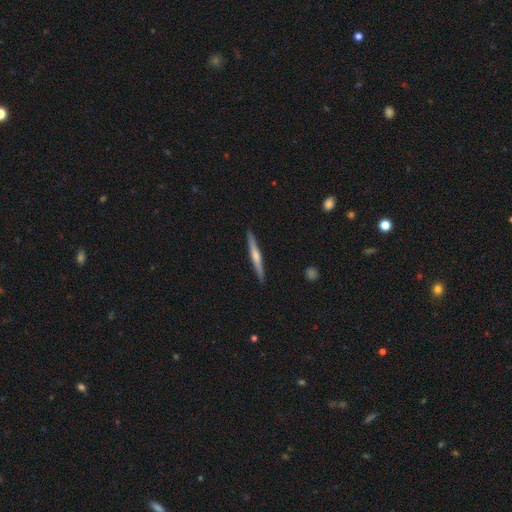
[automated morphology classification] Overall: featured or disk (56%; smooth 39%). Edge-on disk: yes (97%). Edge-on bulge: rounded (65%; none 27%). Merging: none (92%).